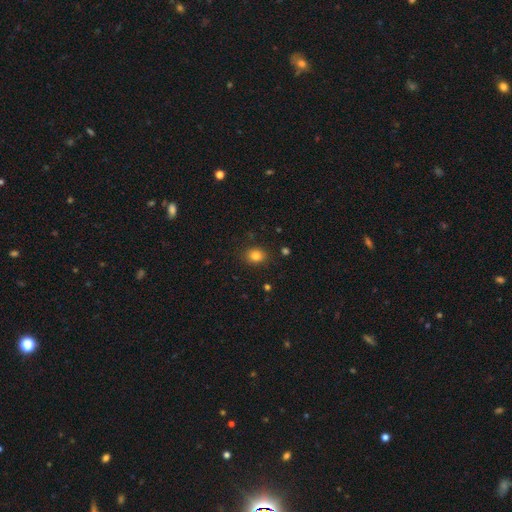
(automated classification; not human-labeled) Smooth or featured?
  - smooth: 82% *
  - star or artifact: 12%
  - featured or disk: 6%
How rounded?
  - round: 56% *
  - in between: 44%
  - cigar-shaped: 1%
Merging?
  - none: 87% *
  - minor disturbance: 9%
  - major disturbance: 2%
  - merger: 1%